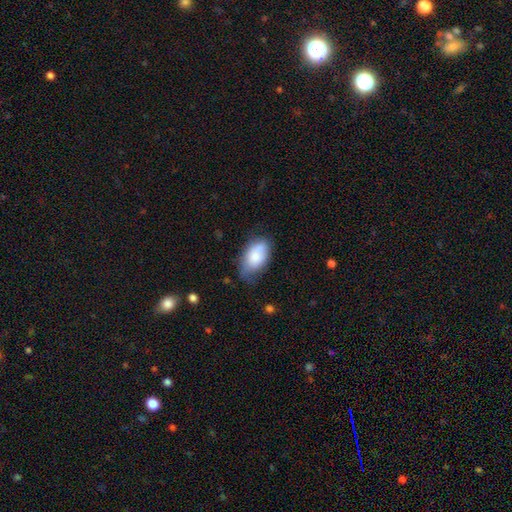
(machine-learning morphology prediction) This is likely a smooth galaxy (77%). How rounded: clearly in between (93%). Merging: possibly none (49%).